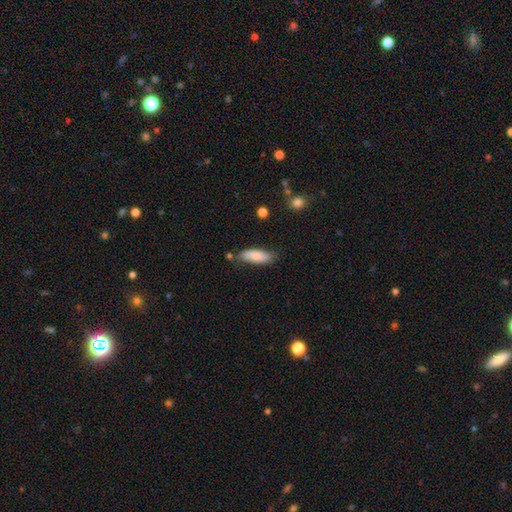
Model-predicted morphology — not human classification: Smooth or featured? Predicted: smooth (p=0.78). How rounded? Predicted: in between (p=0.66). Merging? Predicted: none (p=0.73).